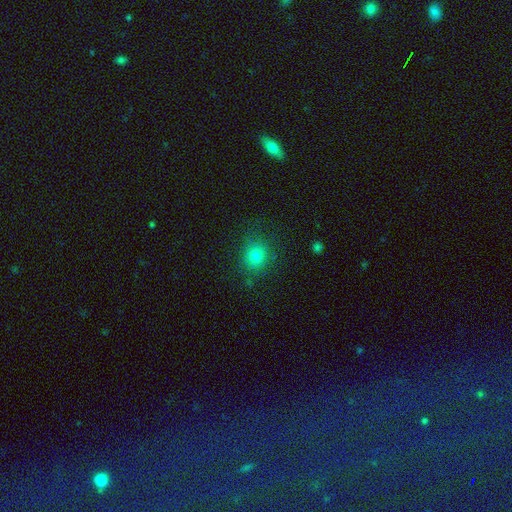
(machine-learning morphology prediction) A smooth galaxy with no disk features (79%) that is round (77%).

Vote fractions:
- Smooth or featured? smooth: 79% / star or artifact: 13% / featured or disk: 8%
- How rounded? round: 77% / in between: 22% / cigar-shaped: 1%
- Merging? none: 82% / minor disturbance: 12% / major disturbance: 4% / merger: 2%